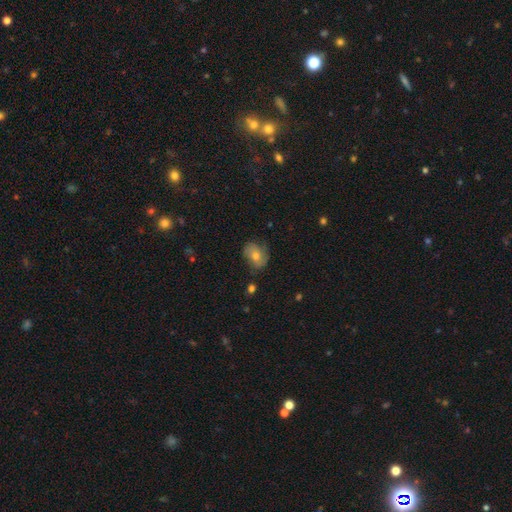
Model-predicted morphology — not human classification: smooth_or_featured: smooth (p=0.49) [alt: featured or disk p=0.40]
merging: none (p=0.66) [alt: minor disturbance p=0.24]